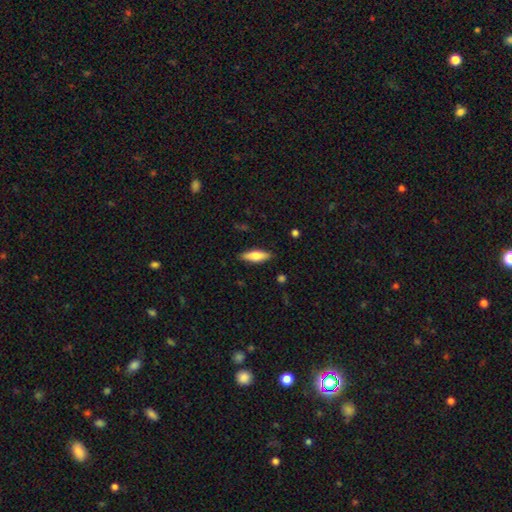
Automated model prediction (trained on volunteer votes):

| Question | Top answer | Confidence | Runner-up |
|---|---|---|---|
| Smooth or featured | smooth | 72% | featured or disk (22%) |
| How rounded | in between | 54% | cigar-shaped (44%) |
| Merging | none | 86% | minor disturbance (10%) |